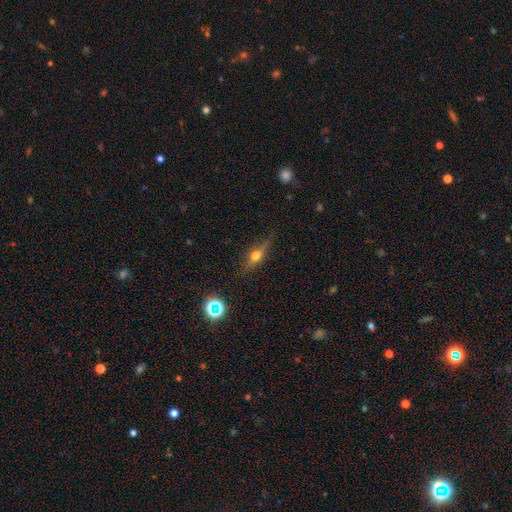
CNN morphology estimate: This appears to be a featured or disk galaxy (58%) viewed edge-on (93%) with a rounded central bulge (94%). Merging: none (83%).